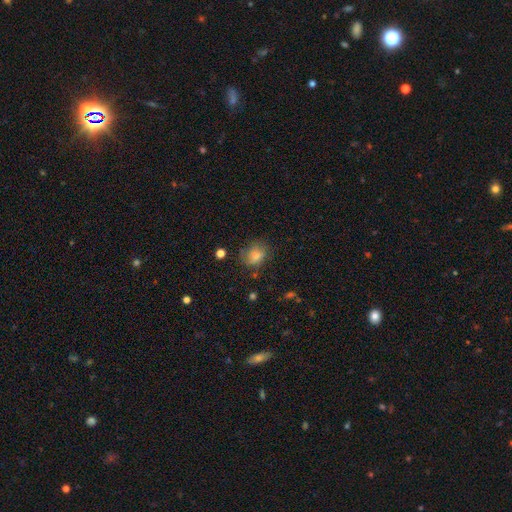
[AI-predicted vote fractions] Morphology: type=smooth (77%); roundness=round (59%); merging=none (68%).